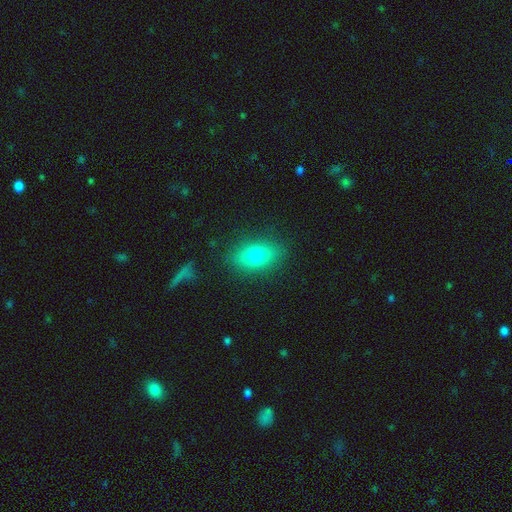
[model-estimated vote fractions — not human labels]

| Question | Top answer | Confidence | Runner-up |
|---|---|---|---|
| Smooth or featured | smooth | 74% | featured or disk (16%) |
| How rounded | in between | 82% | round (12%) |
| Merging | none | 85% | minor disturbance (10%) |